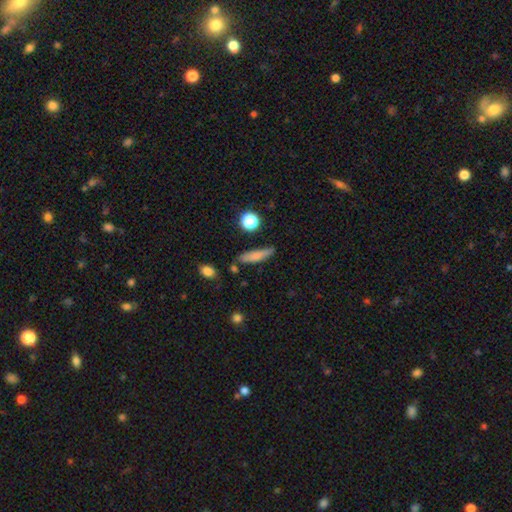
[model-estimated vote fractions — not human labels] Smooth or featured?
  - smooth: 74% *
  - featured or disk: 17%
  - star or artifact: 9%
How rounded?
  - cigar-shaped: 75% *
  - in between: 22%
  - round: 4%
Merging?
  - none: 73% *
  - minor disturbance: 17%
  - merger: 5%
  - major disturbance: 4%